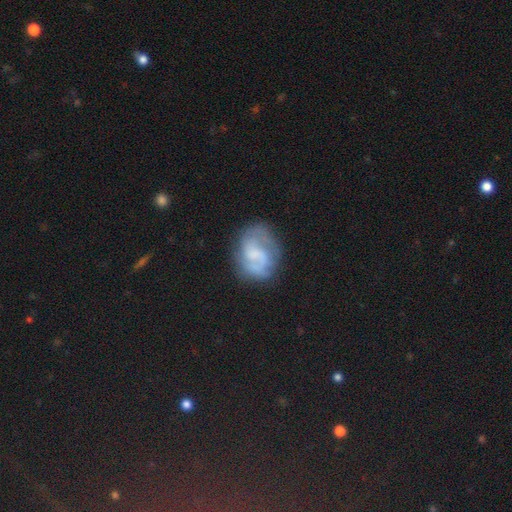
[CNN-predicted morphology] smooth_or_featured: featured or disk (p=0.67) [alt: smooth p=0.25]
disk_edge_on: no (p=0.98) [alt: yes p=0.02]
bar: no (p=0.45) [alt: weak p=0.43]
has_spiral_arms: yes (p=0.84) [alt: no p=0.16]
spiral_winding: medium (p=0.46) [alt: tight p=0.29]
spiral_arm_count: 2 (p=0.69) [alt: can't tell p=0.16]
bulge_size: none (p=0.42) [alt: small p=0.28]
merging: none (p=0.60) [alt: minor disturbance p=0.23]